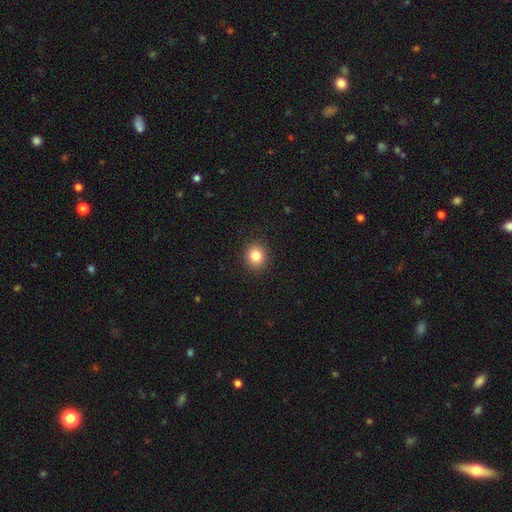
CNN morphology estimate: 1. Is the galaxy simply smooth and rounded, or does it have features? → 84% smooth, 10% star or artifact, 6% featured or disk.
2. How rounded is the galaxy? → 77% round, 23% in between, 1% cigar-shaped.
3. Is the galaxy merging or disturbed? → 91% none, 6% minor disturbance, 2% major disturbance, 1% merger.